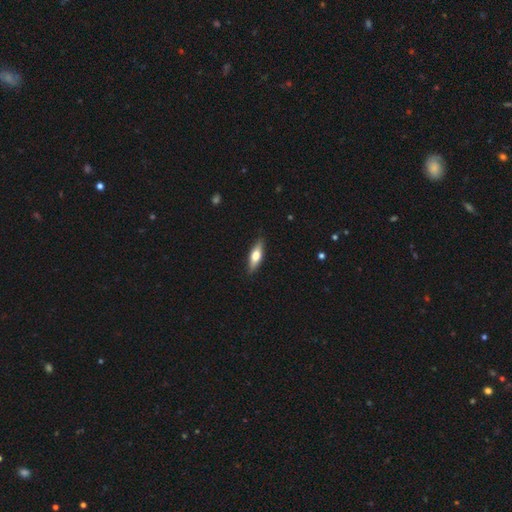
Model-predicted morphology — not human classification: Smooth or featured?
  - smooth: 57% *
  - featured or disk: 38%
  - star or artifact: 6%
How rounded?
  - in between: 49% *
  - cigar-shaped: 48%
  - round: 3%
Merging?
  - none: 87% *
  - minor disturbance: 10%
  - major disturbance: 2%
  - merger: 1%